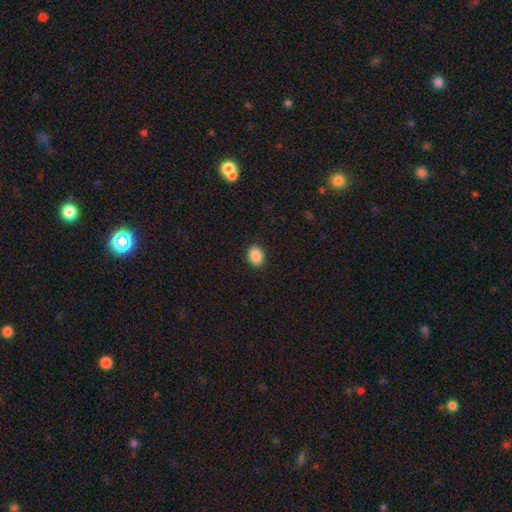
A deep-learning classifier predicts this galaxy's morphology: This is clearly a smooth galaxy (89%). How rounded: likely in between (69%). Merging: clearly none (91%).